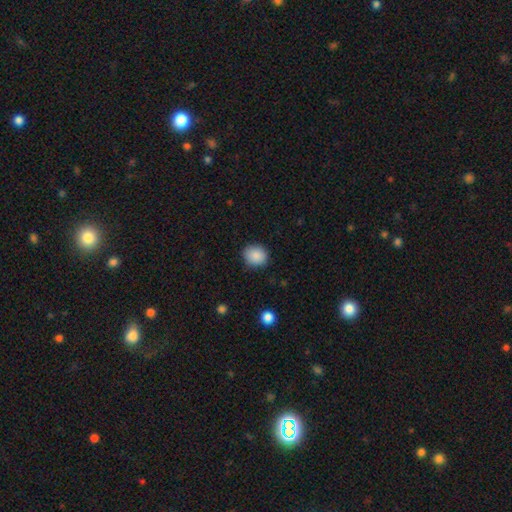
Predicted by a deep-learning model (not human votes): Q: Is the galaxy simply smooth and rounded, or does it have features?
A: smooth — 88%.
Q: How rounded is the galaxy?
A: round — 75%.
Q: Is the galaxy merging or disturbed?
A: none — 88%.